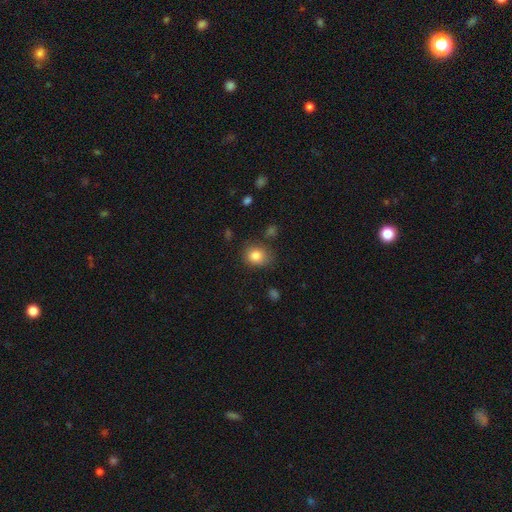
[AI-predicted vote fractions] Q: Smooth or featured?
A: smooth (83%); runner-up: star or artifact (10%)
Q: How rounded?
A: round (64%); runner-up: in between (35%)
Q: Merging?
A: none (72%); runner-up: minor disturbance (19%)